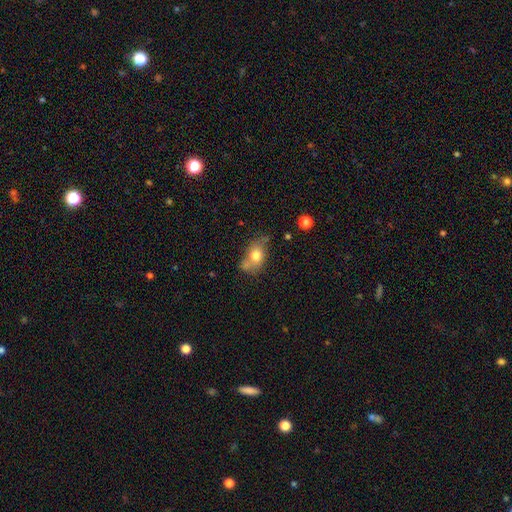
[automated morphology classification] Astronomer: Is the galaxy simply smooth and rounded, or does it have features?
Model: smooth — 71%.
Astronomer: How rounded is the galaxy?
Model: in between — 74%.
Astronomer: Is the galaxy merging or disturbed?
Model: none — 46% (runner-up: minor disturbance, 25%).